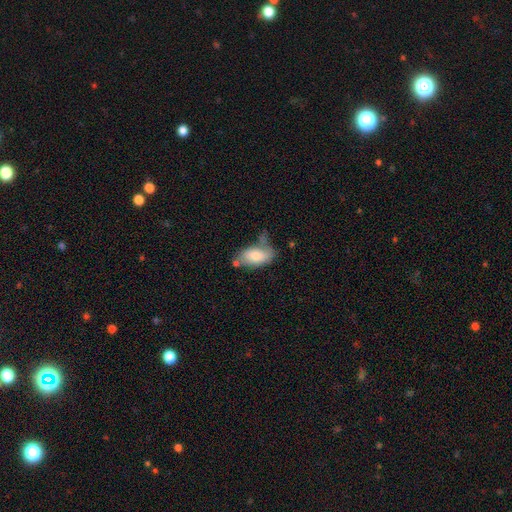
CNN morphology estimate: Smooth or featured: smooth — 73% (featured or disk — 21%)
How rounded: in between — 92% (round — 4%)
Merging: none — 43% (minor disturbance — 29%)